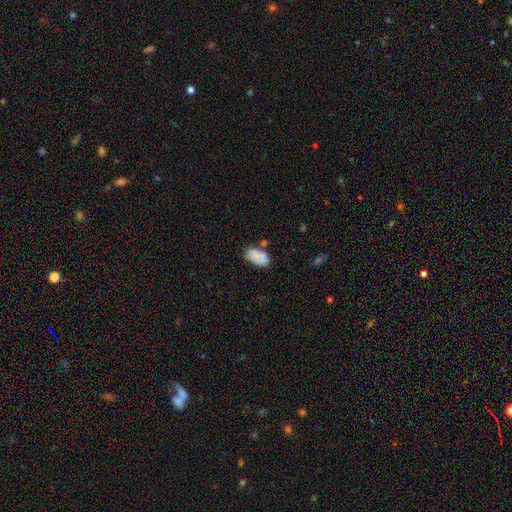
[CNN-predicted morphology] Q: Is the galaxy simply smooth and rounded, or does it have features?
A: smooth — 78%.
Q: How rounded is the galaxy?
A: in between — 93%.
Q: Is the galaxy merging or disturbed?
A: none — 54%.